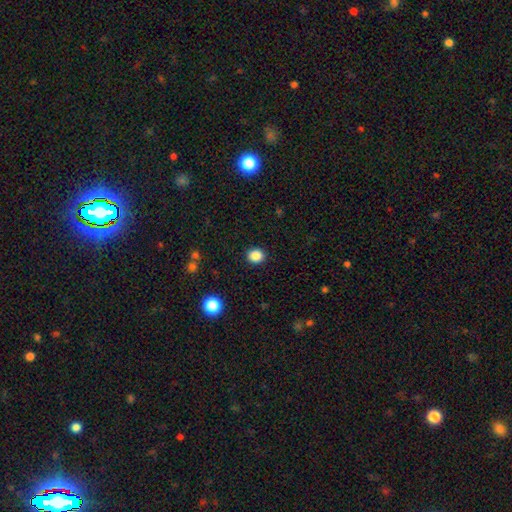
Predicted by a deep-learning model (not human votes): A smooth galaxy with no disk features (87%) that is round (77%). Merging: none (91%).